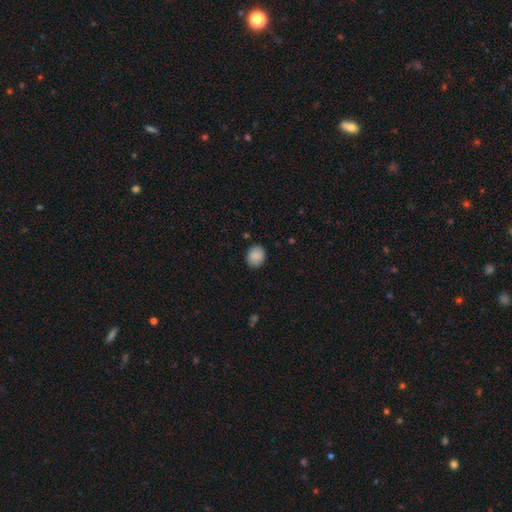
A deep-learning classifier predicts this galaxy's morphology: Smooth or featured?
  - smooth: 89% *
  - star or artifact: 8%
  - featured or disk: 4%
How rounded?
  - round: 56% *
  - in between: 44%
  - cigar-shaped: 1%
Merging?
  - none: 85% *
  - minor disturbance: 12%
  - major disturbance: 2%
  - merger: 1%